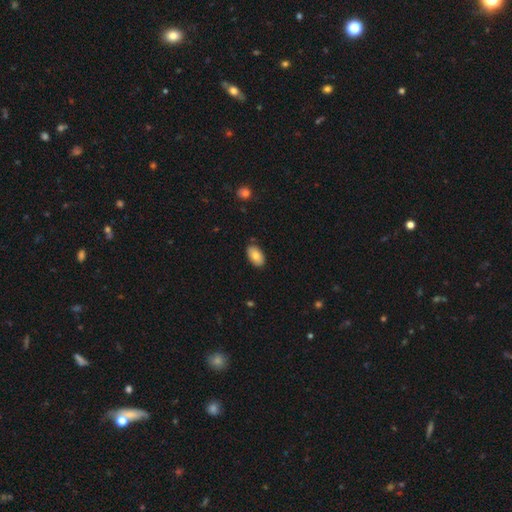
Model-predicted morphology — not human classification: smooth-or-featured: smooth: 78% | featured or disk: 15% | star or artifact: 7%
  how-rounded: in between: 94% | round: 4% | cigar-shaped: 1%
  merging: none: 85% | minor disturbance: 11% | major disturbance: 2% | merger: 1%